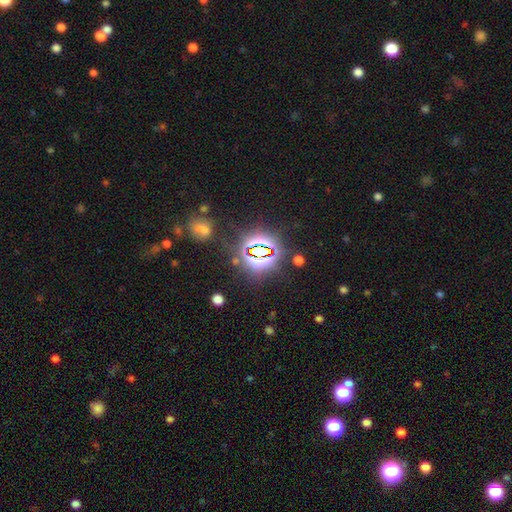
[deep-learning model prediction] Q: Smooth or featured?
A: star or artifact (78%); runner-up: smooth (14%)